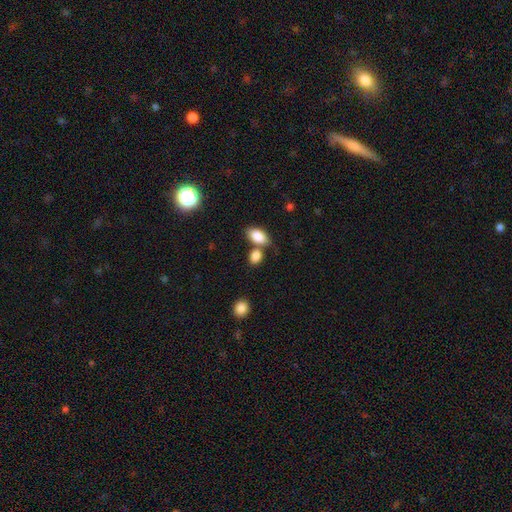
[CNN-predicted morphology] smooth-or-featured: smooth: 85% | star or artifact: 9% | featured or disk: 6%
  how-rounded: in between: 77% | round: 20% | cigar-shaped: 2%
  merging: none: 51% | merger: 33% | minor disturbance: 11% | major disturbance: 4%